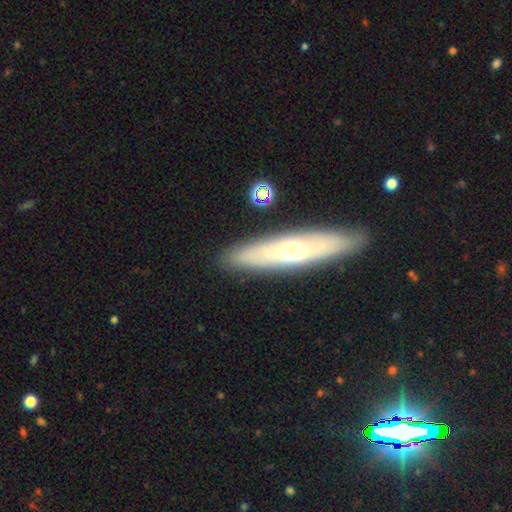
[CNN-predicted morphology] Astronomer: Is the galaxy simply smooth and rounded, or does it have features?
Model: smooth — 47% (runner-up: featured or disk, 45%).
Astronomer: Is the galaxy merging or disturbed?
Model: none — 85%.